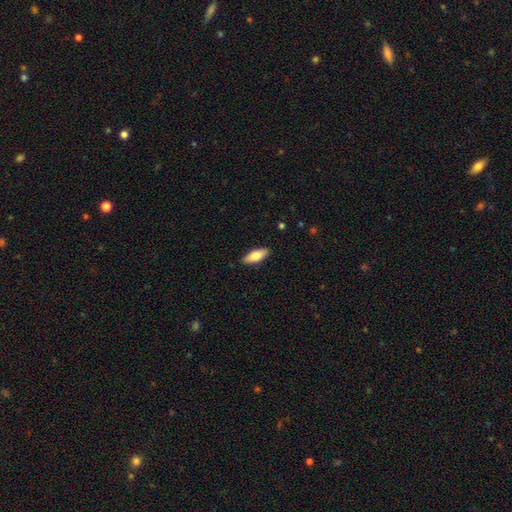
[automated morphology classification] This appears to be a smooth galaxy with no disk features (75%) that is in between round and cigar-shaped (70%). Merging: none (89%).